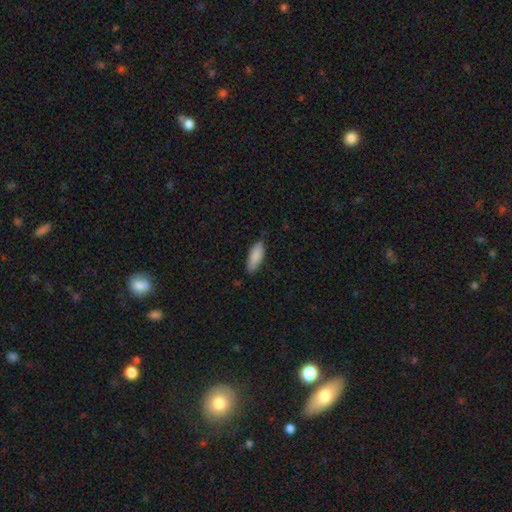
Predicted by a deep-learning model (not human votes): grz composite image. It shows a smooth galaxy with no disk features (87%) that is in between round and cigar-shaped (70%). Merging: none (78%).